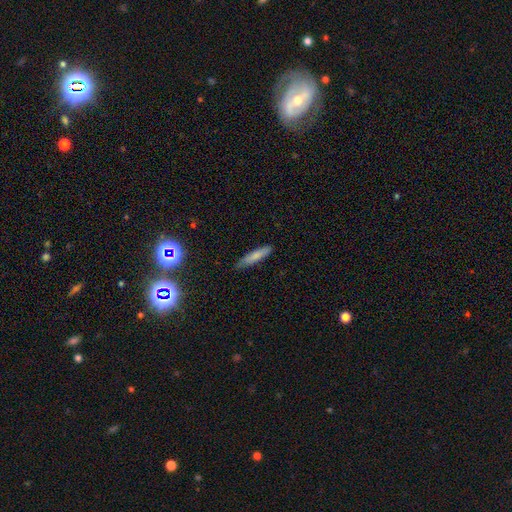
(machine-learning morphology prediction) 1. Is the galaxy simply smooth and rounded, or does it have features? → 77% smooth, 16% featured or disk, 7% star or artifact.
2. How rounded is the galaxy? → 84% cigar-shaped, 14% in between, 1% round.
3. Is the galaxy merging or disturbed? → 82% none, 14% minor disturbance, 2% major disturbance, 1% merger.